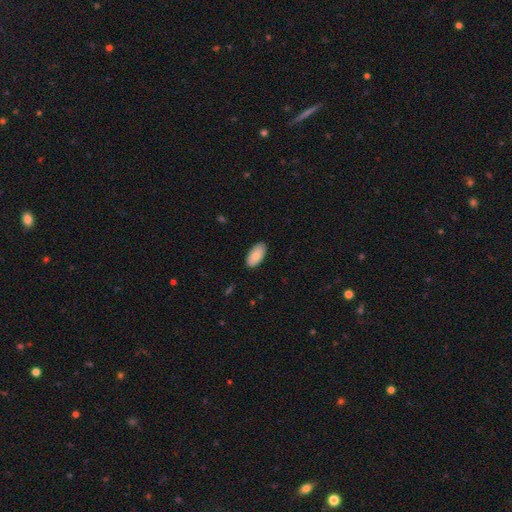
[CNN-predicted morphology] This appears to be a smooth galaxy with no disk features (86%) that is in between round and cigar-shaped (95%). Merging: none (87%).